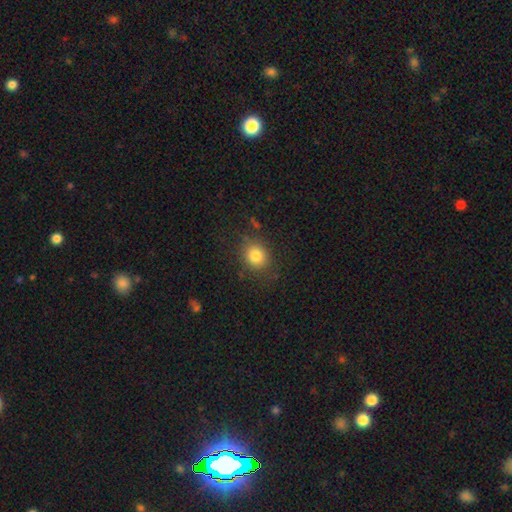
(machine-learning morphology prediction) Smooth or featured? smooth (81%)
How rounded? round (71%)
Merging? none (81%)